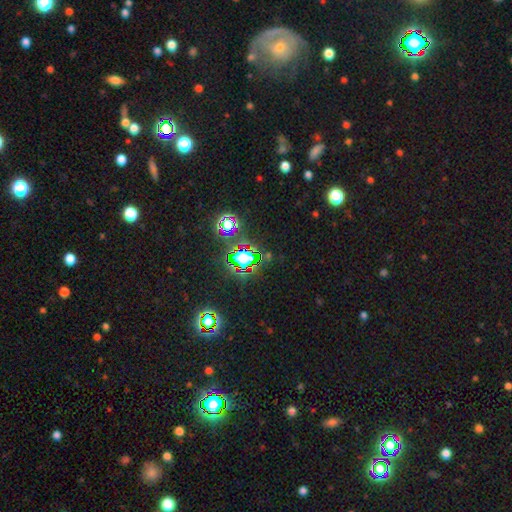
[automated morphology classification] A star or artifact, not a galaxy (79%).

Vote fractions:
- Smooth or featured? star or artifact: 79% / smooth: 12% / featured or disk: 8%